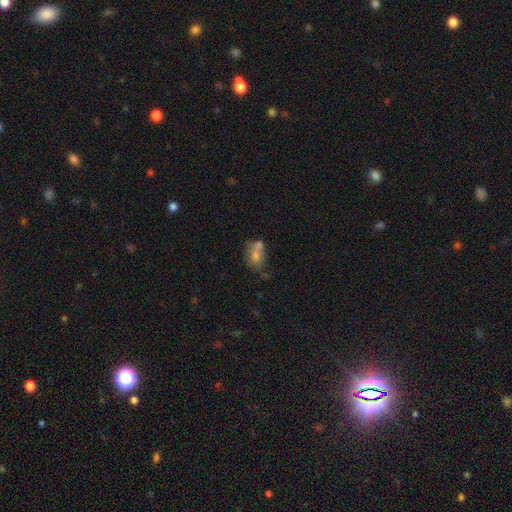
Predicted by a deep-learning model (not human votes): The model was most divided on "merging": merger: 51%, none: 30%, minor disturbance: 13%, major disturbance: 6%. More confident: smooth or featured — smooth (68%); how rounded — in between (67%).